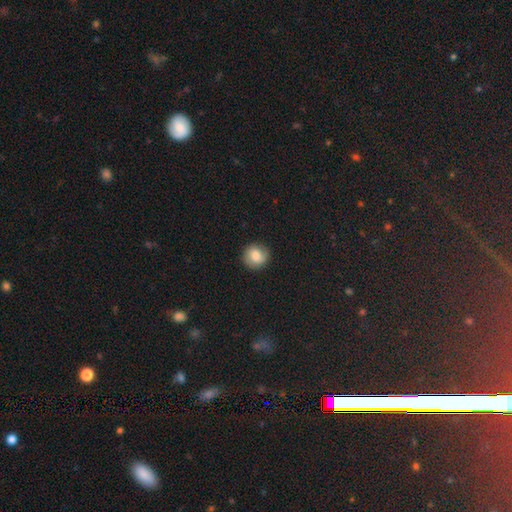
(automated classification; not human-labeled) Smooth or featured? Predicted: smooth (p=0.77). How rounded? Predicted: round (p=0.90). Merging? Predicted: none (p=0.88).